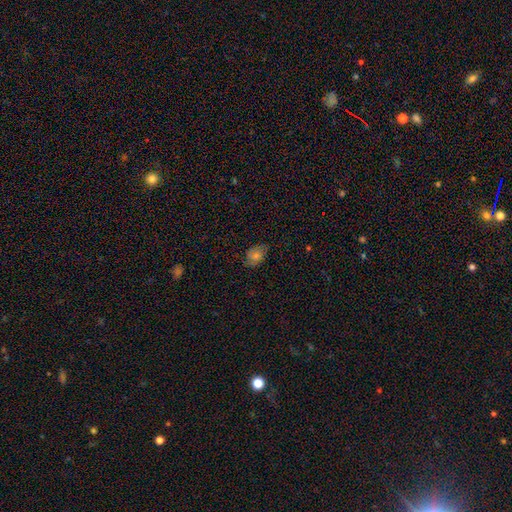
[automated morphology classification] Smooth or featured?
  - smooth: 53% *
  - featured or disk: 33%
  - star or artifact: 15%
How rounded?
  - in between: 67% *
  - round: 31%
  - cigar-shaped: 1%
Merging?
  - none: 72% *
  - minor disturbance: 21%
  - major disturbance: 6%
  - merger: 1%